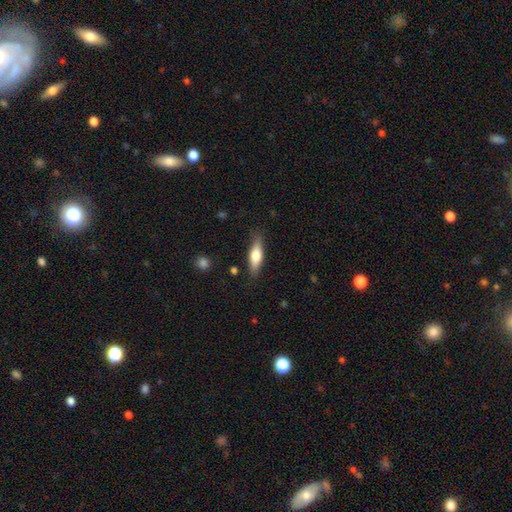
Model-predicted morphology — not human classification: Smooth or featured? smooth (60%)
How rounded? cigar-shaped (56%)
Merging? none (82%)